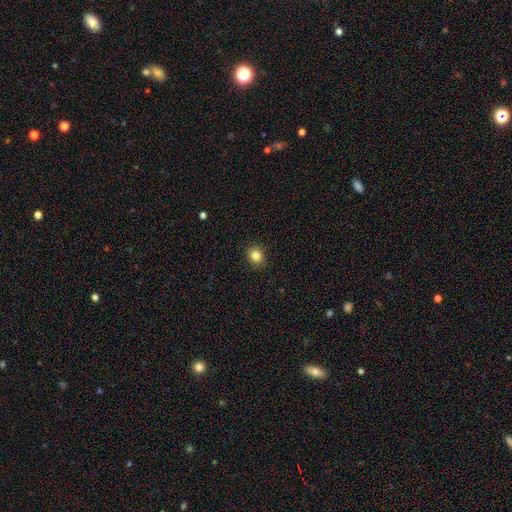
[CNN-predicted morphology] Smooth or featured: smooth — 84% (star or artifact — 11%)
How rounded: round — 70% (in between — 29%)
Merging: none — 90% (minor disturbance — 7%)